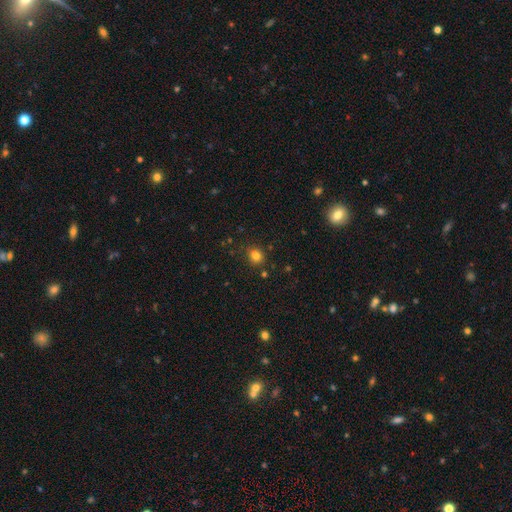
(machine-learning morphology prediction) smooth_or_featured: smooth (p=0.81) [alt: star or artifact p=0.14]
how_rounded: round (p=0.72) [alt: in between p=0.27]
merging: none (p=0.84) [alt: minor disturbance p=0.10]